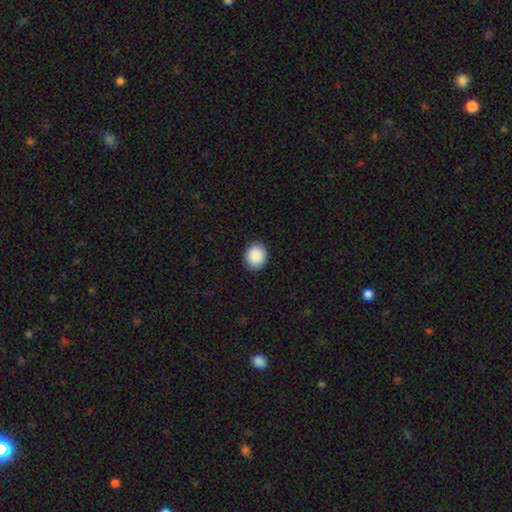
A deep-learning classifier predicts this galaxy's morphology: Smooth or featured? smooth (90%)
How rounded? round (63%)
Merging? none (90%)